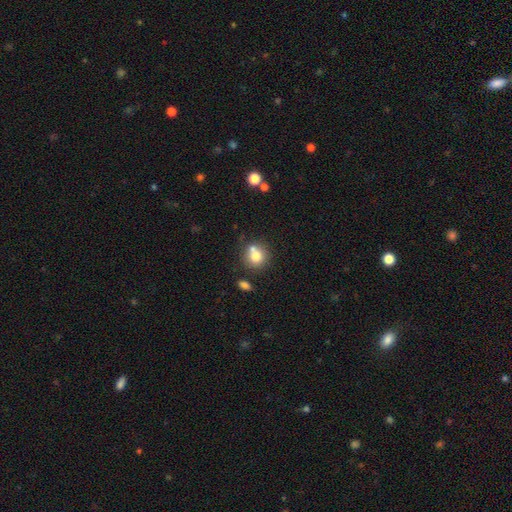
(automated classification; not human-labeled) smooth 75%, featured or disk 15%, star or artifact 11%. Down the decision tree: how rounded — round (84%); merging — none (55%).